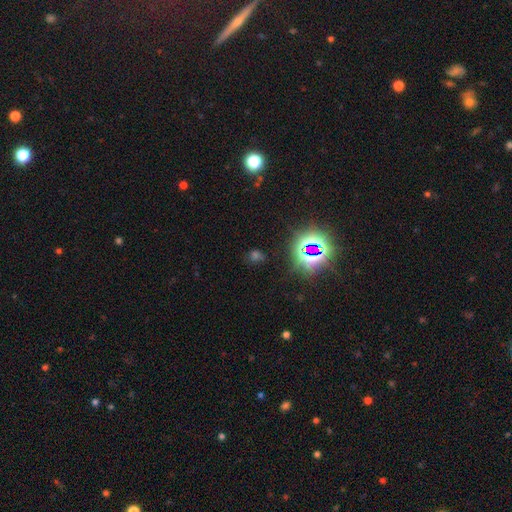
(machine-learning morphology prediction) smooth-or-featured: star or artifact: 65% | smooth: 27% | featured or disk: 8%